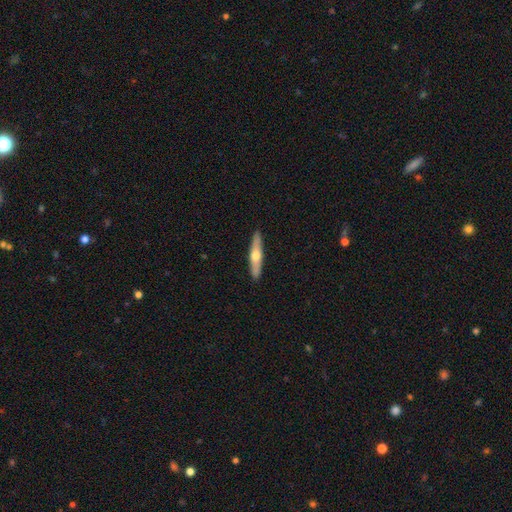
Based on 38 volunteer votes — Smooth or featured? 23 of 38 (61%) said smooth. How rounded? 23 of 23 (100%) said cigar-shaped. Merging? 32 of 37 (86%) said none.